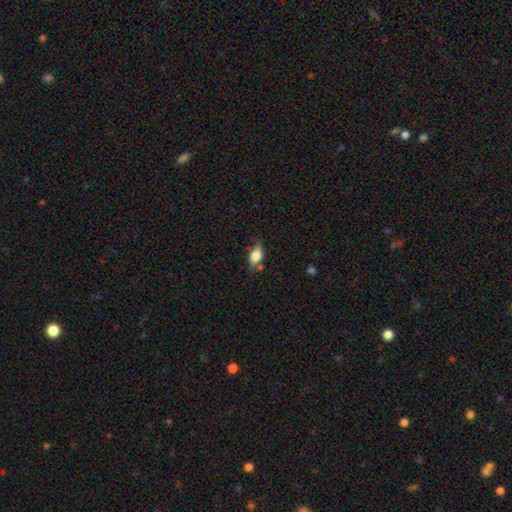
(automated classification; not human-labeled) smooth_or_featured: smooth (p=0.72) [alt: featured or disk p=0.20]
how_rounded: in between (p=0.81) [alt: round p=0.10]
merging: none (p=0.60) [alt: minor disturbance p=0.27]